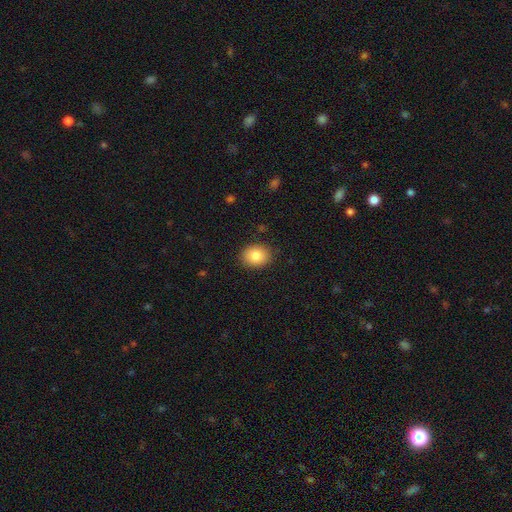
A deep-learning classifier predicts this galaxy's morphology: smooth 84%, star or artifact 9%, featured or disk 7%. Down the decision tree: how rounded — round (58%); merging — none (89%).